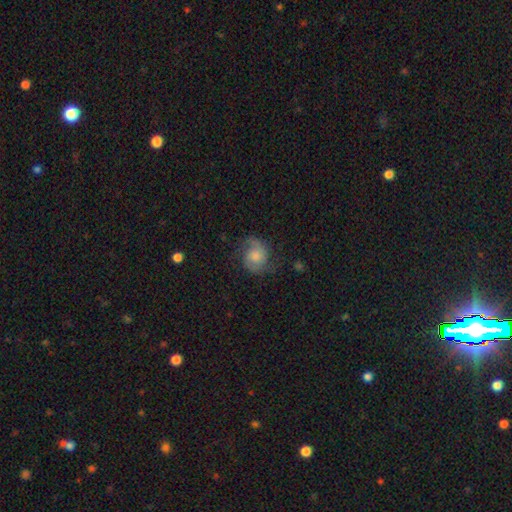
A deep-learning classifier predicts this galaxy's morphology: Overall: featured or disk (62%; smooth 29%). Edge-on disk: no (98%). Bar: no (72%). Spiral arms: yes (92%). Spiral arm count: 2 (88%). Spiral winding: medium (47%; loose 32%). Bulge size: moderate (38%; small 22%). Merging: none (66%).